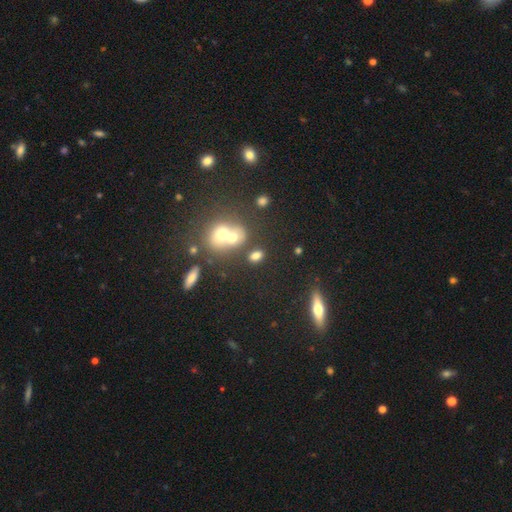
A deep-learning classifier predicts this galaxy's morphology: Smooth or featured?
  - smooth: 71% *
  - star or artifact: 16%
  - featured or disk: 13%
How rounded?
  - in between: 71% *
  - round: 26%
  - cigar-shaped: 4%
Merging?
  - none: 57% *
  - merger: 26%
  - minor disturbance: 11%
  - major disturbance: 5%